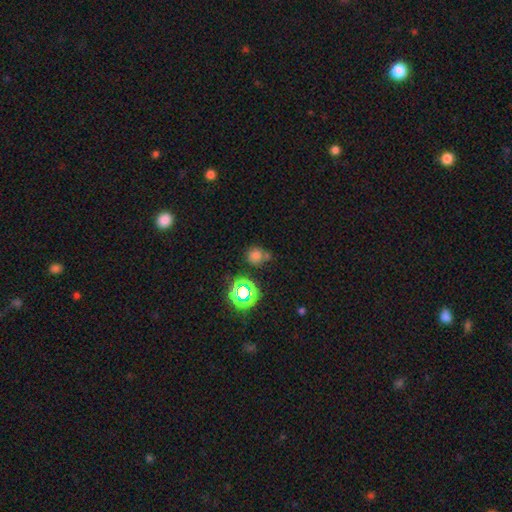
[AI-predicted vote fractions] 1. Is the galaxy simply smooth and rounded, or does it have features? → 67% smooth, 25% star or artifact, 8% featured or disk.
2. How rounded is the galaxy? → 87% round, 12% in between, 1% cigar-shaped.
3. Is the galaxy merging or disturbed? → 61% none, 20% merger, 14% minor disturbance, 5% major disturbance.